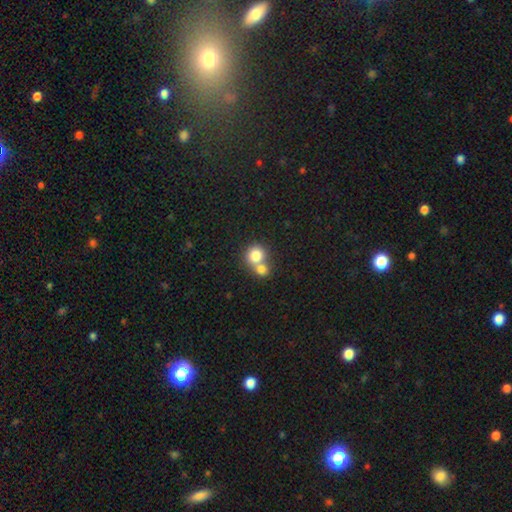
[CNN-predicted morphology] A smooth galaxy with no disk features (79%) that is round (84%).

Vote fractions:
- Smooth or featured? smooth: 79% / featured or disk: 11% / star or artifact: 10%
- How rounded? round: 84% / in between: 15% / cigar-shaped: 1%
- Merging? merger: 58% / none: 34% / minor disturbance: 5% / major disturbance: 2%